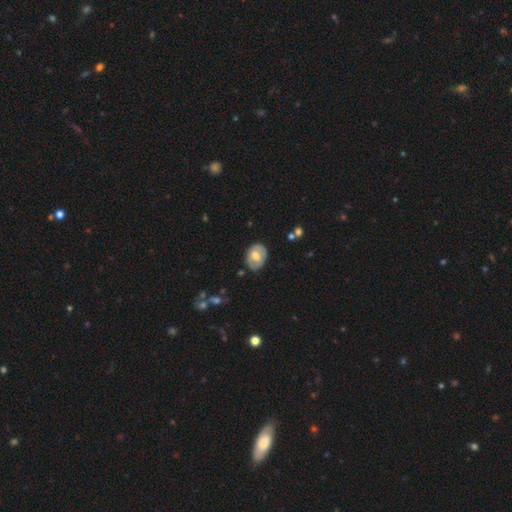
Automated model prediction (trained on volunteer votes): A smooth galaxy with no disk features (53%) that is in between round and cigar-shaped (68%).

Vote fractions:
- Smooth or featured? smooth: 53% / featured or disk: 41% / star or artifact: 6%
- How rounded? in between: 68% / round: 30% / cigar-shaped: 1%
- Merging? none: 79% / minor disturbance: 16% / major disturbance: 4% / merger: 2%